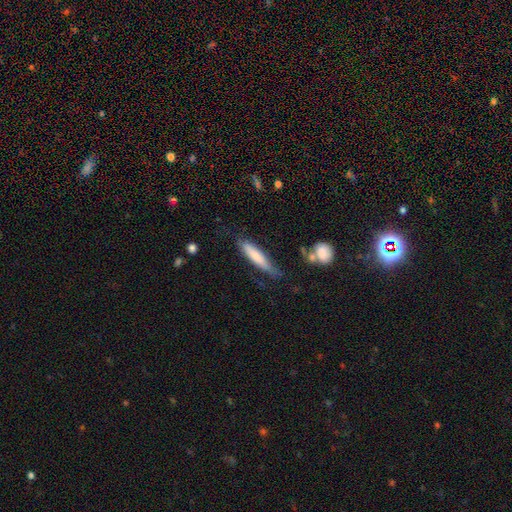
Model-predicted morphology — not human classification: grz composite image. It shows a smooth galaxy with no disk features (72%) that is cigar-shaped (81%). Merging: none (68%).